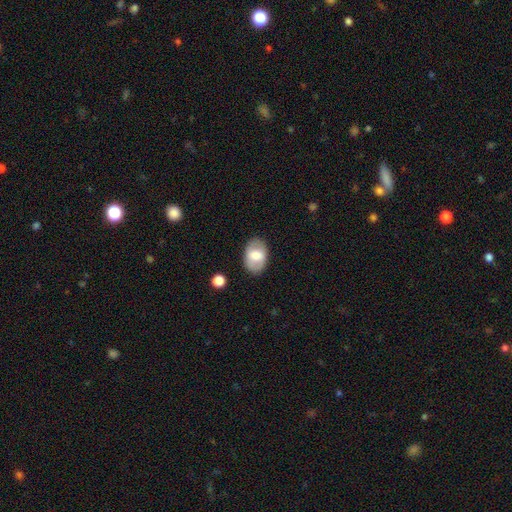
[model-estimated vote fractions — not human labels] A smooth galaxy with no disk features (64%) that is in between round and cigar-shaped (88%).

Vote fractions:
- Smooth or featured? smooth: 64% / featured or disk: 29% / star or artifact: 7%
- How rounded? in between: 88% / round: 11% / cigar-shaped: 1%
- Merging? none: 83% / minor disturbance: 12% / major disturbance: 4% / merger: 1%